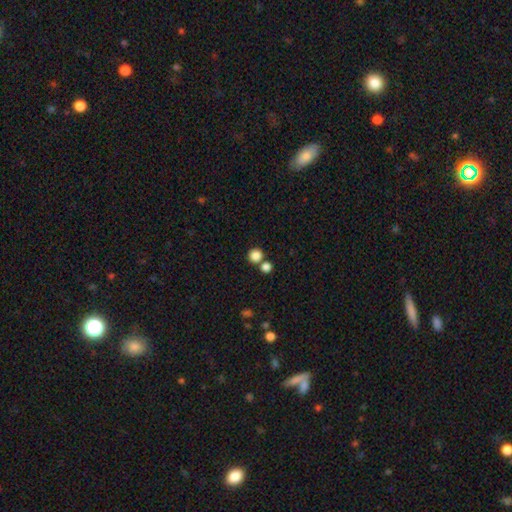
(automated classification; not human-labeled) Smooth or featured: smooth — 85% (star or artifact — 11%)
How rounded: round — 91% (in between — 8%)
Merging: none — 67% (merger — 23%)